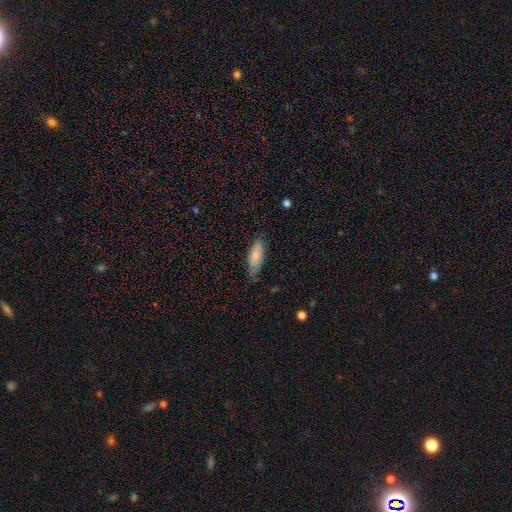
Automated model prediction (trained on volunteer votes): Q: Smooth or featured?
A: smooth (80%); runner-up: featured or disk (14%)
Q: How rounded?
A: in between (69%); runner-up: cigar-shaped (29%)
Q: Merging?
A: none (69%); runner-up: minor disturbance (25%)